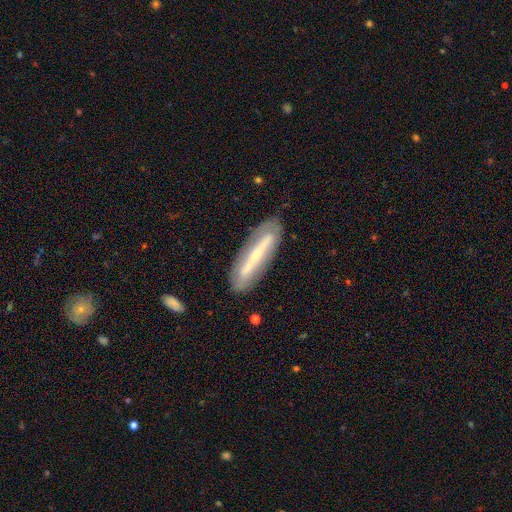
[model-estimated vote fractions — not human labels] A featured or disk galaxy (64%). Merging: none (80%).